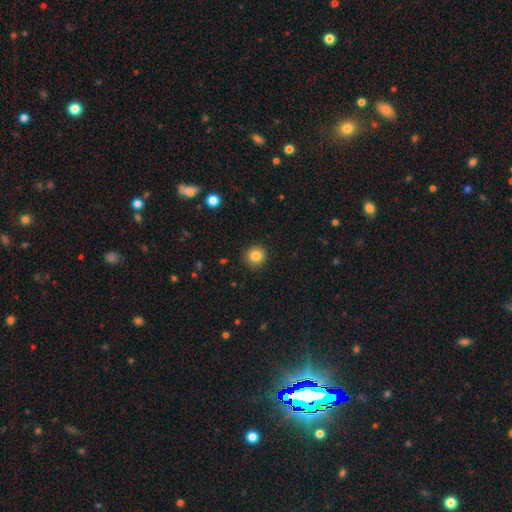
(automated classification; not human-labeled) Morphology: type=smooth (85%); roundness=round (93%); merging=none (92%).